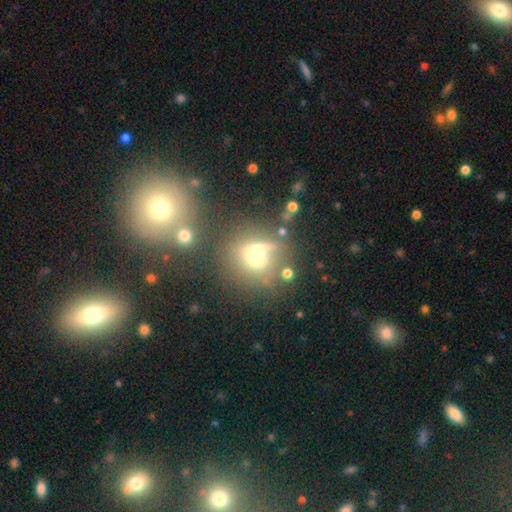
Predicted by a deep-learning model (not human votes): Q: Smooth or featured?
A: smooth (53%); runner-up: star or artifact (25%)
Q: How rounded?
A: round (78%); runner-up: in between (19%)
Q: Merging?
A: none (49%); runner-up: merger (25%)